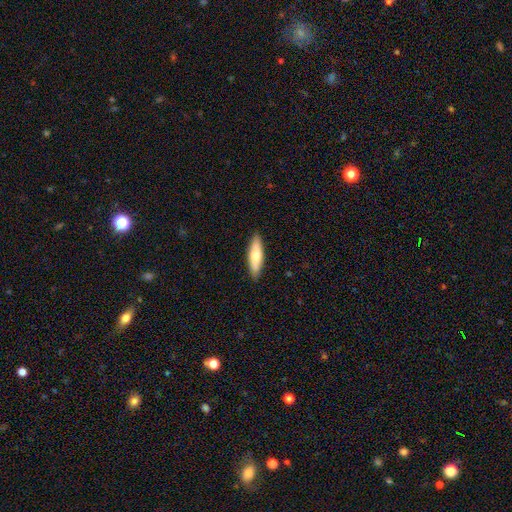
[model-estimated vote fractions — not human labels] Morphology: type=smooth (68%); roundness=cigar-shaped (61%); merging=none (89%).